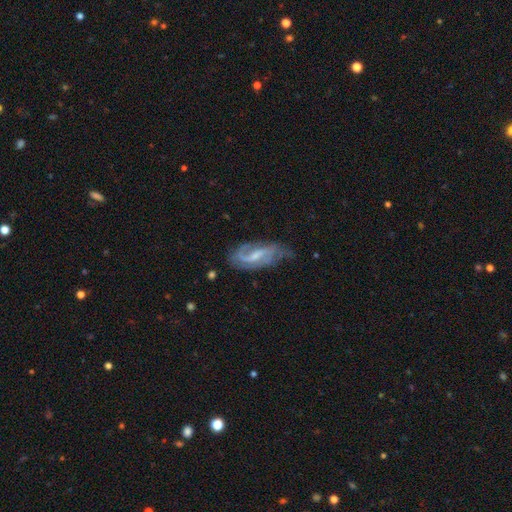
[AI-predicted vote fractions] Smooth or featured? featured or disk (80%)
Edge-on disk? no (93%)
Bar? weak (52%)
Spiral arms? yes (93%)
Spiral winding? medium (43%)
Spiral arm count? 2 (69%)
Bulge size? small (45%)
Merging? none (54%)